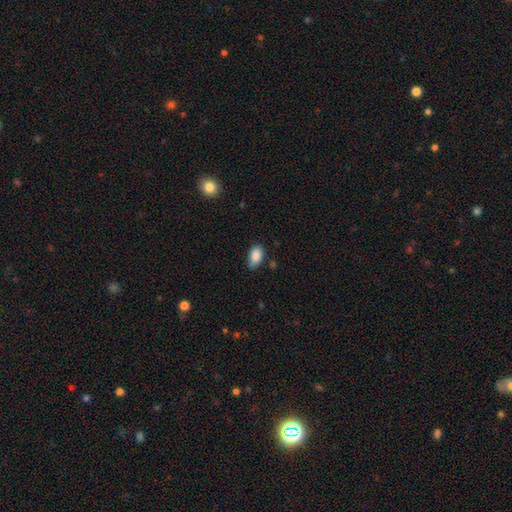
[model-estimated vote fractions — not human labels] Morphology: type=smooth (86%); roundness=in between (92%); merging=none (74%).